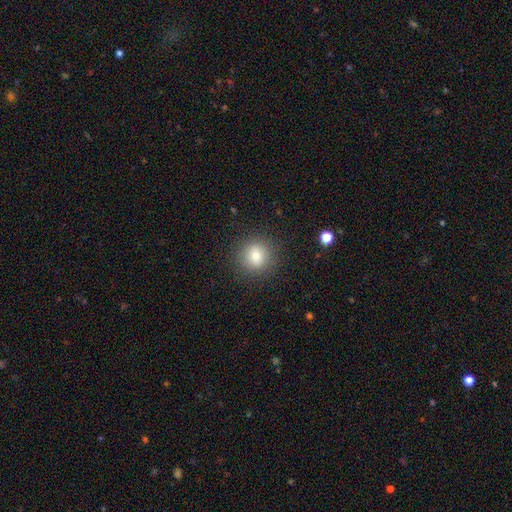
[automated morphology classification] Smooth or featured? smooth (79%)
How rounded? round (89%)
Merging? none (89%)